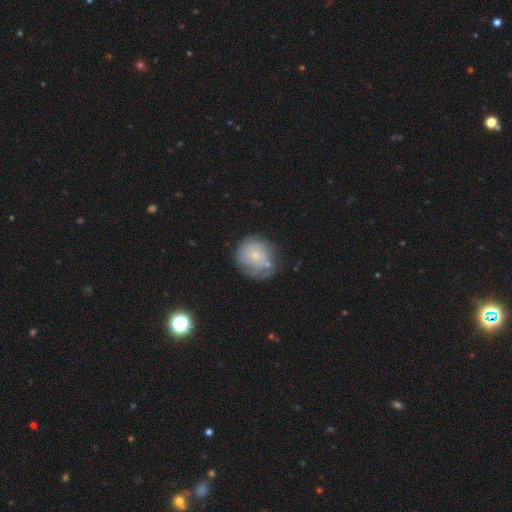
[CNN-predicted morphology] Smooth or featured? smooth (52%)
How rounded? round (83%)
Merging? none (53%)